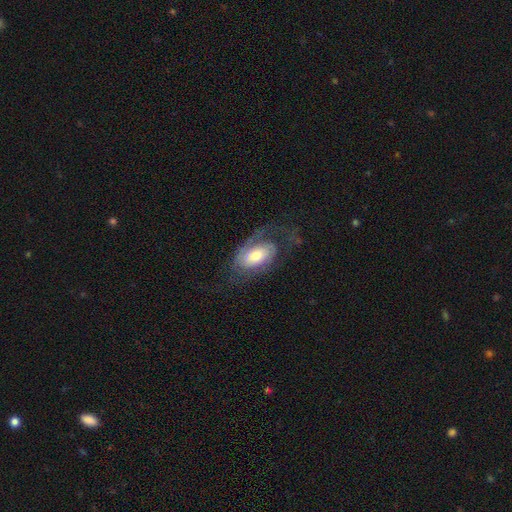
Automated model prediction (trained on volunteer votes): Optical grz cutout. It shows a featured or disk galaxy (70%) with no bar (68%), 2 (54%) tight (39%, tied with medium) spiral arms (88%) and a moderate central bulge (46%). Merging: none (54%).